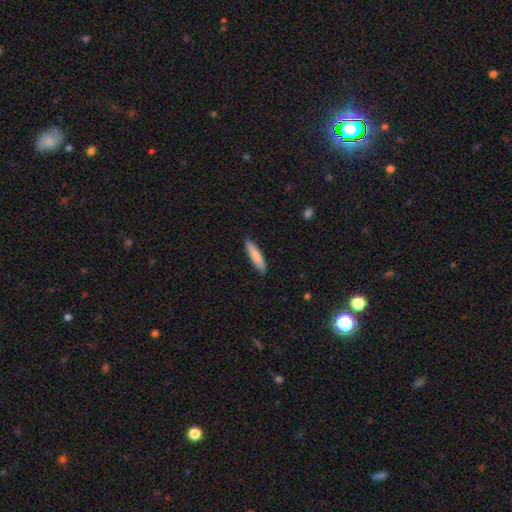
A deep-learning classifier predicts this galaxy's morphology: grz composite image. It shows a smooth galaxy with no disk features (80%) that is cigar-shaped (84%). Merging: none (89%).